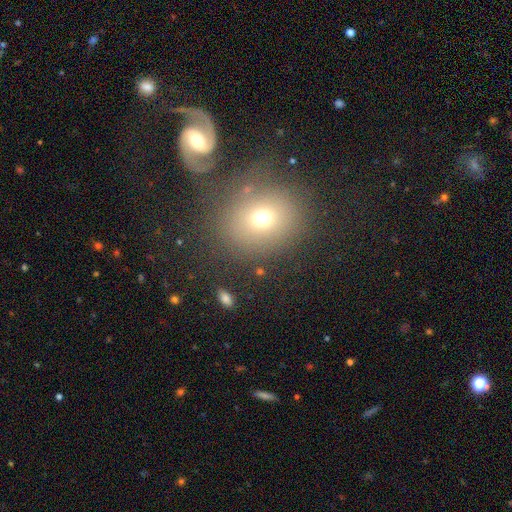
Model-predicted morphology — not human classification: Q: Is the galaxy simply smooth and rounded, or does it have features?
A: smooth — 54%.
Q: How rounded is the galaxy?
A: round — 70%.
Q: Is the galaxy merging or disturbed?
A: none — 67%.